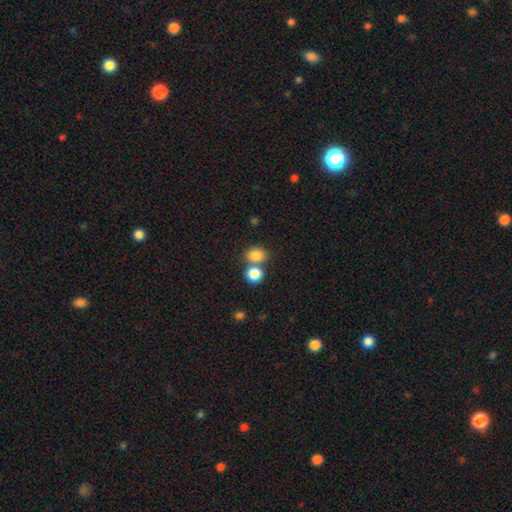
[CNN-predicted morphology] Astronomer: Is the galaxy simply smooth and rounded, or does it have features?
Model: smooth — 82%.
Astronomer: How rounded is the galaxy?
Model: round — 62% (runner-up: in between, 37%).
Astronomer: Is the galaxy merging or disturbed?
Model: none — 54% (runner-up: merger, 34%).